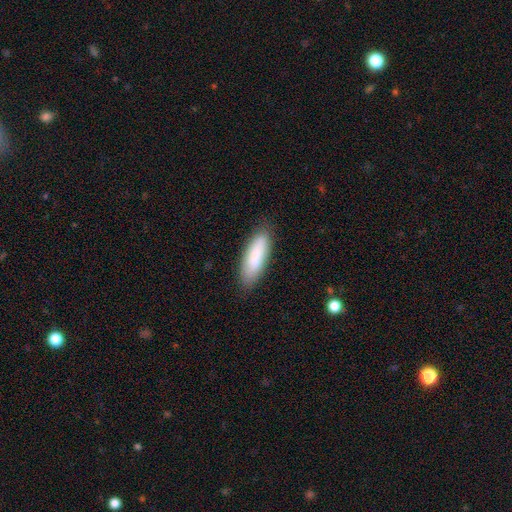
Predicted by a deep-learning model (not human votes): The model was most divided on "how rounded": in between: 55%, cigar-shaped: 43%, round: 2%. More confident: merging — none (84%); smooth or featured — smooth (84%).